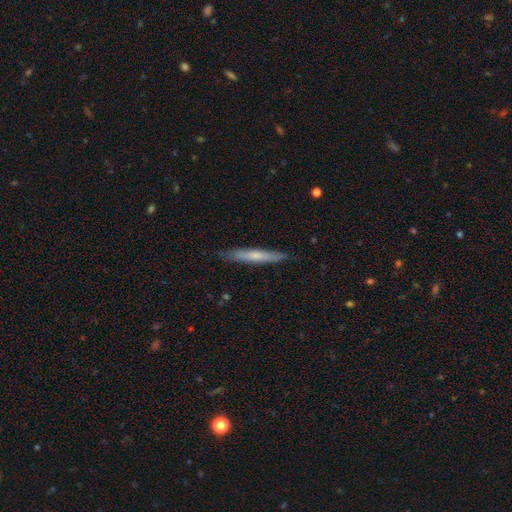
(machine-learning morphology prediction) This appears to be a smooth galaxy with no disk features (59%) that is cigar-shaped (94%). Merging: none (88%).